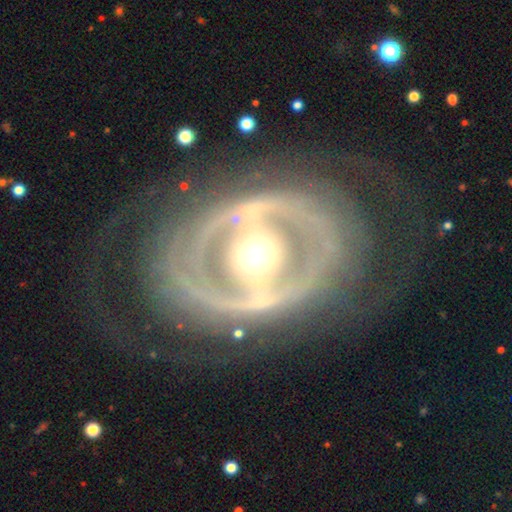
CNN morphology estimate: Smooth or featured: featured or disk — 85% (smooth — 10%)
Edge-on disk: no — 93% (yes — 7%)
Bar: strong — 51% (no — 26%)
Spiral arms: yes — 54% (no — 46%)
Bulge size: moderate — 69% (large — 15%)
Merging: none — 66% (major disturbance — 17%)